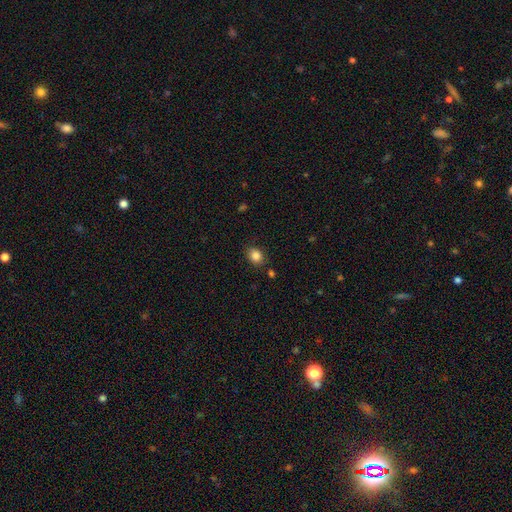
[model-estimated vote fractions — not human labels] The model was most divided on "how rounded": in between: 54%, round: 45%, cigar-shaped: 1%. More confident: smooth or featured — smooth (85%); merging — none (83%).